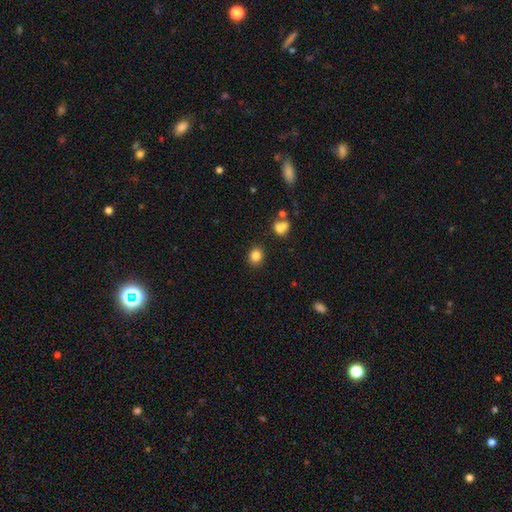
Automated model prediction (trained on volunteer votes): smooth-or-featured: smooth: 84% | star or artifact: 11% | featured or disk: 6%
  how-rounded: round: 60% | in between: 39% | cigar-shaped: 1%
  merging: none: 87% | minor disturbance: 8% | merger: 3% | major disturbance: 2%